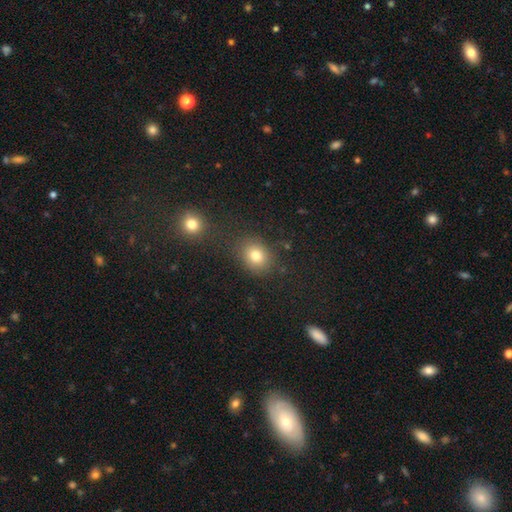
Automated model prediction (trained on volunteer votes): This appears to be a smooth galaxy with no disk features (80%) that is round (59%). Merging: none (79%).